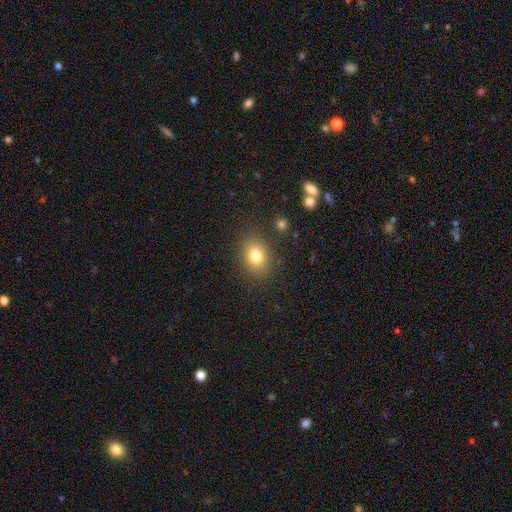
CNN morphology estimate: Overall: smooth (79%). How rounded: in between (64%; round 35%). Merging: none (84%).